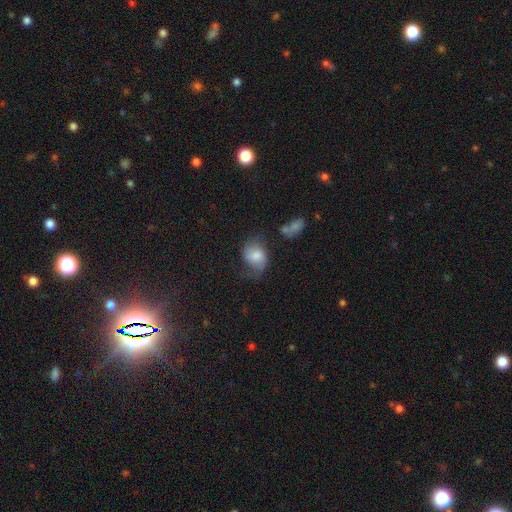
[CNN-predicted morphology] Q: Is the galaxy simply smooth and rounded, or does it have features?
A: smooth — 59%.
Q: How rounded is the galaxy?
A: in between — 56%.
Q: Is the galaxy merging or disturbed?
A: none — 42%.